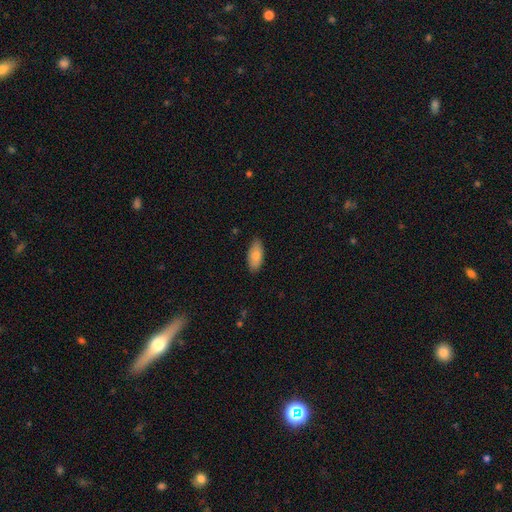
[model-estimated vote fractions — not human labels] smooth-or-featured: smooth: 80% | featured or disk: 14% | star or artifact: 6%
  how-rounded: in between: 90% | cigar-shaped: 8% | round: 2%
  merging: none: 85% | minor disturbance: 12% | major disturbance: 2% | merger: 1%